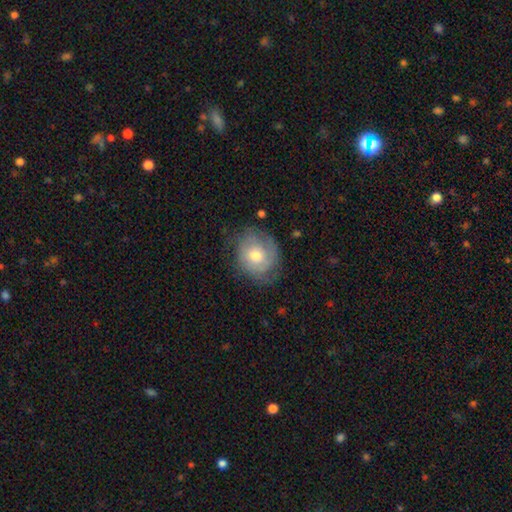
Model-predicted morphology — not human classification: Smooth or featured? Predicted: smooth (p=0.48). Merging? Predicted: none (p=0.66).